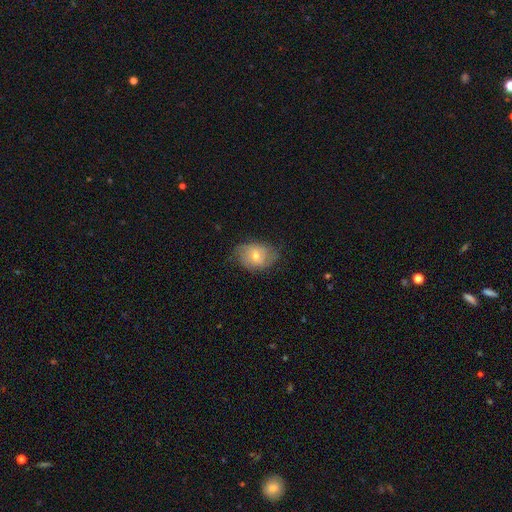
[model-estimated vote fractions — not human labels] Smooth or featured: smooth — 55% (featured or disk — 38%)
How rounded: in between — 67% (round — 32%)
Merging: none — 63% (minor disturbance — 27%)